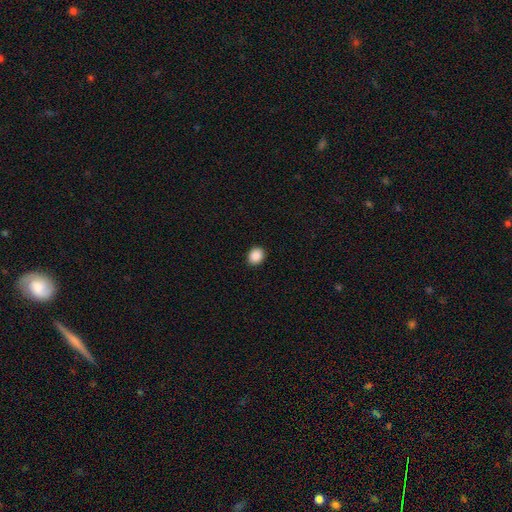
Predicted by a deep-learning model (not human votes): A smooth galaxy with no disk features (90%) that is round (51%). Merging: none (90%).